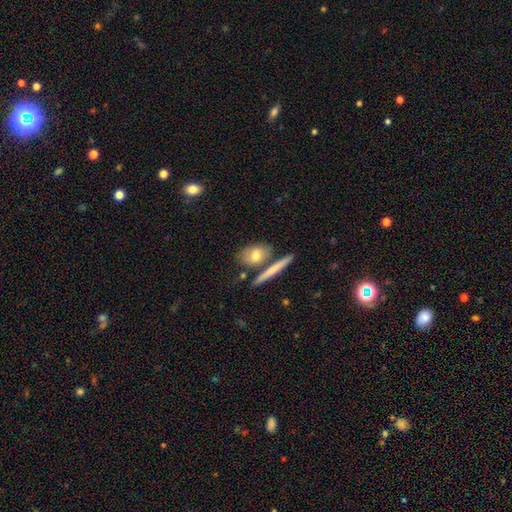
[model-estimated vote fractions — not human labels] This is likely a smooth galaxy (67%). How rounded: possibly in between (57%). Merging: likely none (63%).